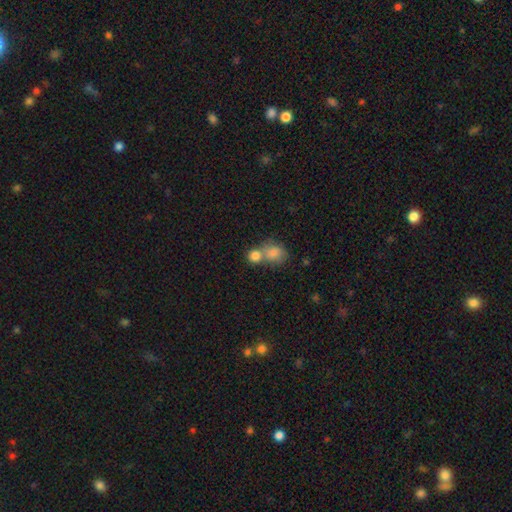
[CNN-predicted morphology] Overall: smooth (82%). How rounded: round (78%). Merging: merger (52%; none 38%).